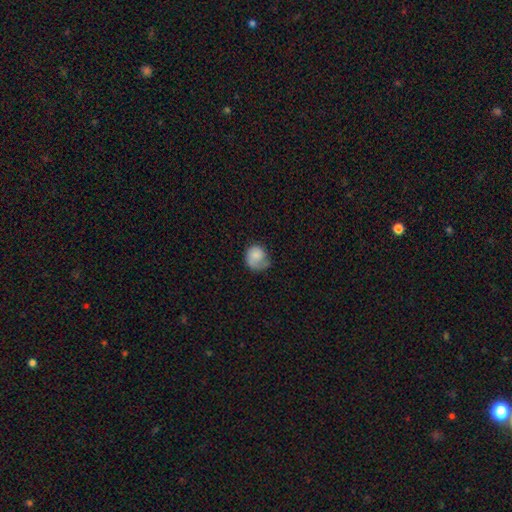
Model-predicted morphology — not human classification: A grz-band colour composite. It shows a smooth galaxy with no disk features (68%) that is round (74%). Merging: none (40%).